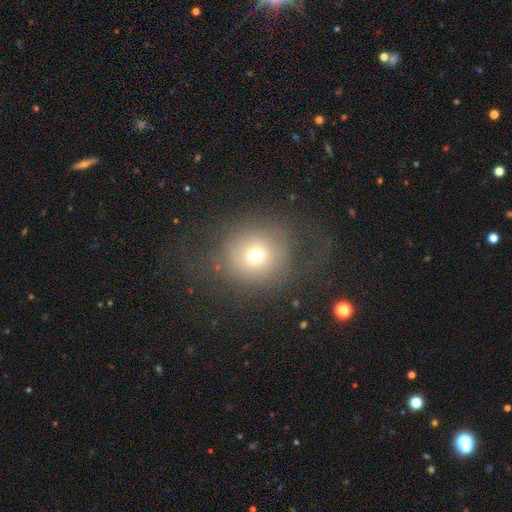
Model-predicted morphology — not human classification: This is likely a smooth galaxy (66%). How rounded: clearly round (90%). Merging: possibly none (55%).